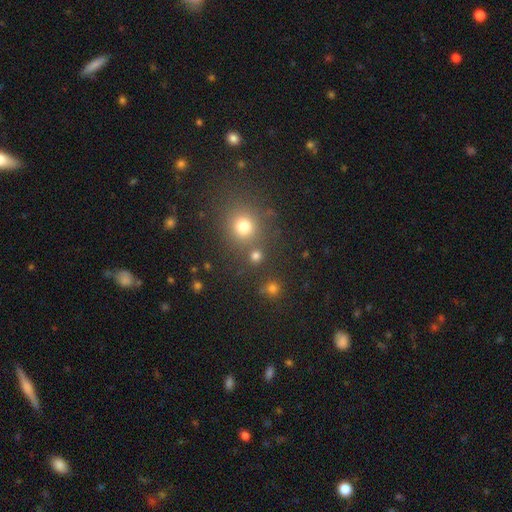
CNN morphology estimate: Smooth or featured?
  - smooth: 75% *
  - star or artifact: 19%
  - featured or disk: 6%
How rounded?
  - round: 90% *
  - in between: 9%
  - cigar-shaped: 1%
Merging?
  - none: 76% *
  - merger: 14%
  - minor disturbance: 7%
  - major disturbance: 3%